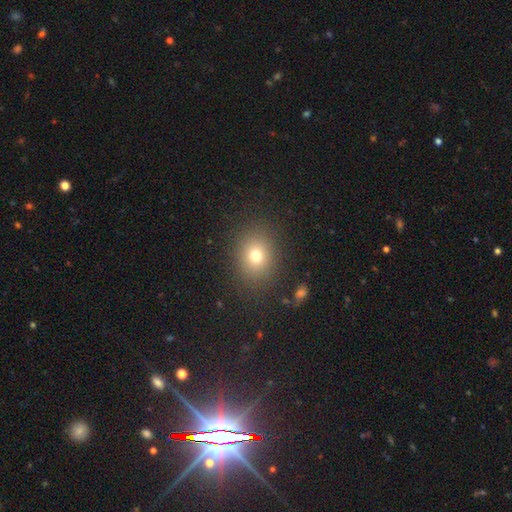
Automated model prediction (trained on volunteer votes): Q: Smooth or featured?
A: smooth (74%); runner-up: star or artifact (15%)
Q: How rounded?
A: round (64%); runner-up: in between (35%)
Q: Merging?
A: none (86%); runner-up: minor disturbance (9%)